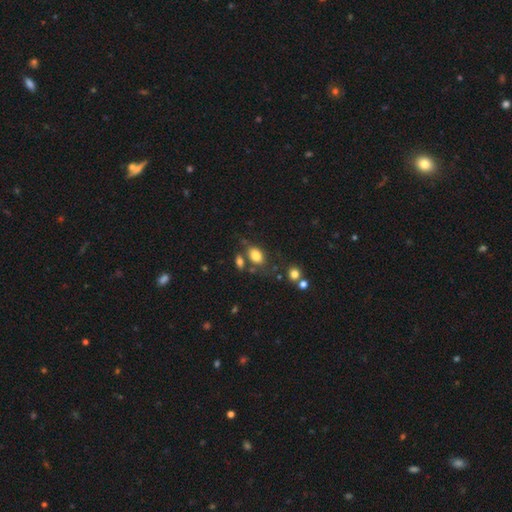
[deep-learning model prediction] Smooth or featured: smooth — 81% (star or artifact — 10%)
How rounded: in between — 83% (round — 15%)
Merging: none — 62% (minor disturbance — 16%)